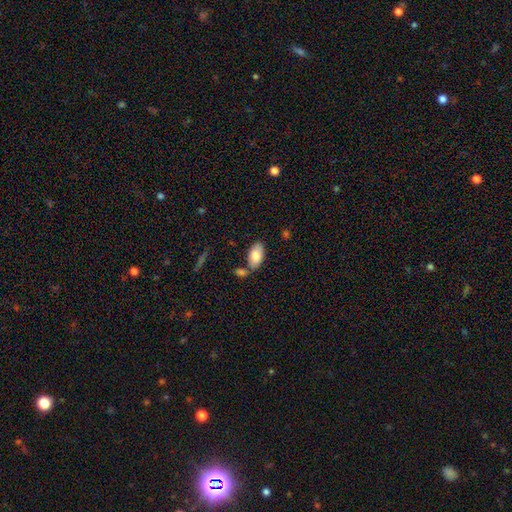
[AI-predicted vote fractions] Morphology: type=smooth (83%); roundness=in between (95%); merging=none (65%).